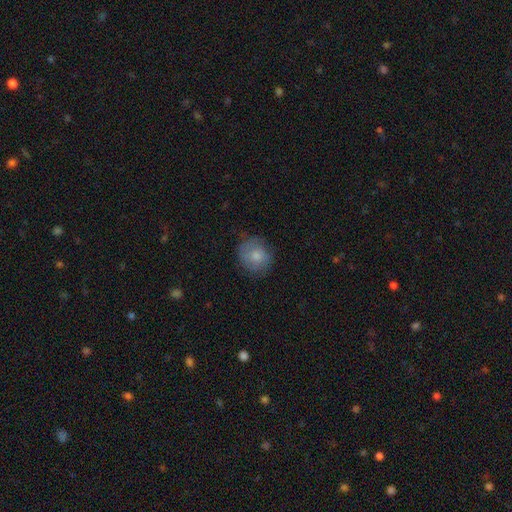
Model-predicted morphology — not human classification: smooth-or-featured: smooth: 77% | featured or disk: 15% | star or artifact: 7%
  how-rounded: round: 82% | in between: 17% | cigar-shaped: 1%
  merging: none: 71% | minor disturbance: 21% | major disturbance: 6% | merger: 1%